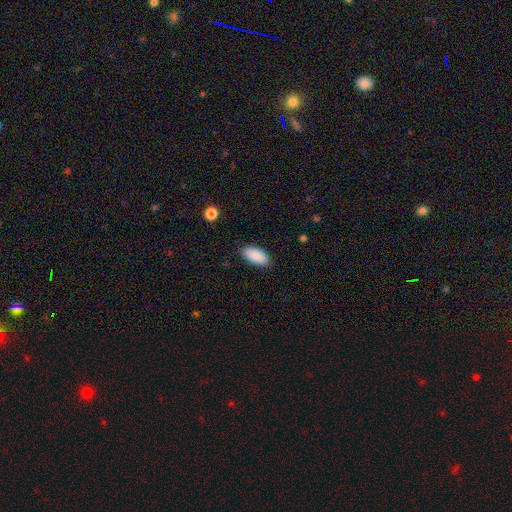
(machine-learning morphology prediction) A smooth galaxy with no disk features (90%) that is in between round and cigar-shaped (93%).

Vote fractions:
- Smooth or featured? smooth: 90% / star or artifact: 6% / featured or disk: 4%
- How rounded? in between: 93% / cigar-shaped: 5% / round: 2%
- Merging? none: 85% / minor disturbance: 11% / major disturbance: 2% / merger: 1%